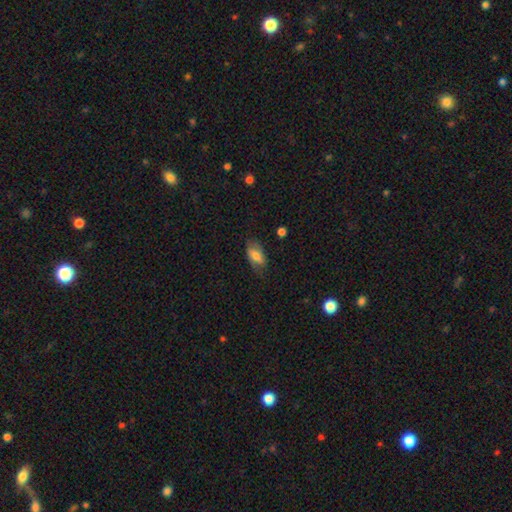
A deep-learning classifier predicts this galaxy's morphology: Smooth or featured?
  - smooth: 71% *
  - featured or disk: 21%
  - star or artifact: 7%
How rounded?
  - in between: 89% *
  - cigar-shaped: 6%
  - round: 5%
Merging?
  - none: 68% *
  - minor disturbance: 23%
  - major disturbance: 7%
  - merger: 1%